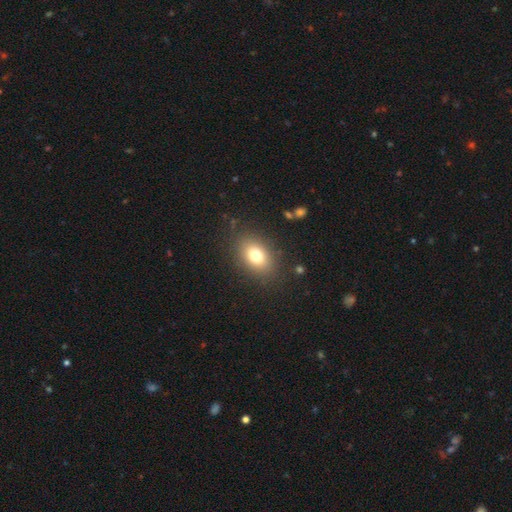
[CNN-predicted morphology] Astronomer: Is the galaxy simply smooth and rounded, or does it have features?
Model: smooth — 77%.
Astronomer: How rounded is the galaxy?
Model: in between — 75%.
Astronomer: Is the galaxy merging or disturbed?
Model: none — 85%.